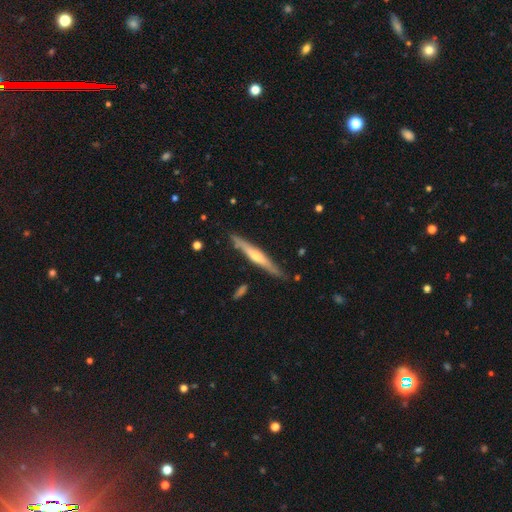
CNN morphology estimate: featured or disk 68%, smooth 26%, star or artifact 6%. Down the decision tree: edge-on disk — yes (97%); edge-on bulge — rounded (73%); merging — none (87%).